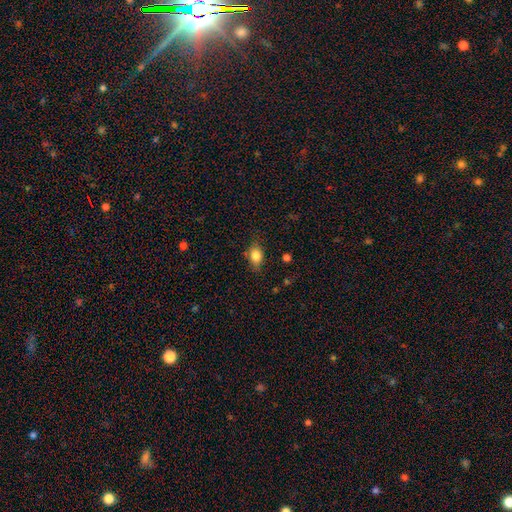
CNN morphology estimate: A smooth galaxy with no disk features (82%) that is in between round and cigar-shaped (79%). Merging: none (75%).